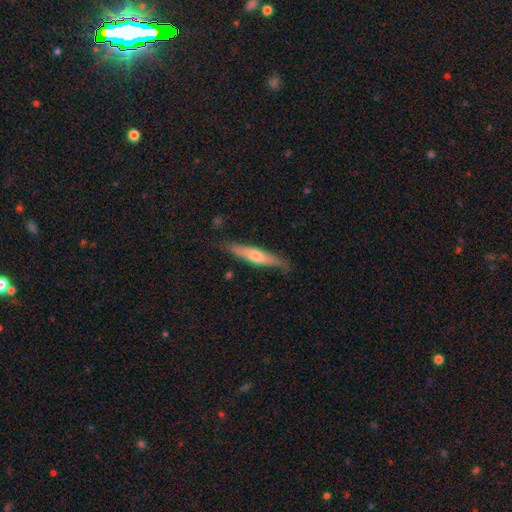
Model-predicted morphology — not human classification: Smooth or featured? Predicted: featured or disk (p=0.51). Edge-on disk? Predicted: yes (p=0.88). Merging? Predicted: none (p=0.78).